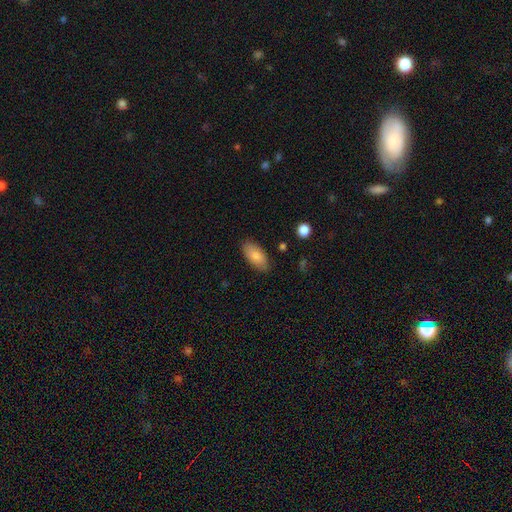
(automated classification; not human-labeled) A smooth galaxy with no disk features (83%) that is in between round and cigar-shaped (91%).

Vote fractions:
- Smooth or featured? smooth: 83% / featured or disk: 10% / star or artifact: 6%
- How rounded? in between: 91% / cigar-shaped: 6% / round: 2%
- Merging? none: 85% / minor disturbance: 12% / major disturbance: 3% / merger: 1%